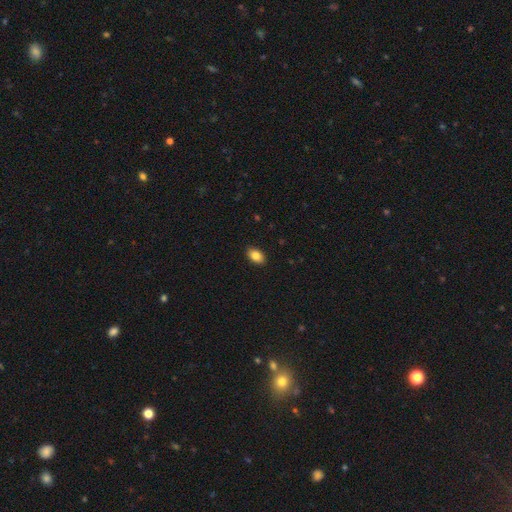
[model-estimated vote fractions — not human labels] Smooth or featured? smooth (85%)
How rounded? in between (89%)
Merging? none (90%)